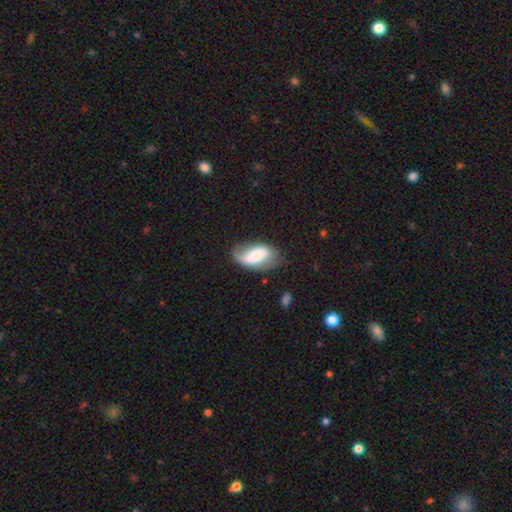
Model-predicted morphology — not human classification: A smooth galaxy with no disk features (50%) that is in between round and cigar-shaped (92%). Merging: none (48%).